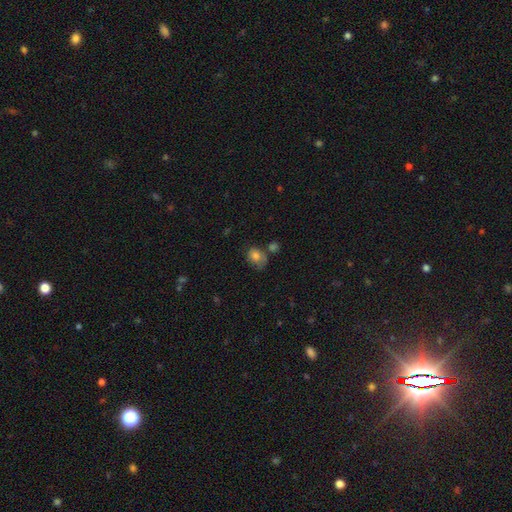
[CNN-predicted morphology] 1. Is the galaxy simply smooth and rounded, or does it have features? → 76% smooth, 15% featured or disk, 10% star or artifact.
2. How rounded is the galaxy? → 64% in between, 34% round, 1% cigar-shaped.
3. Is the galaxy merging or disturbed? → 42% none, 27% minor disturbance, 17% merger, 14% major disturbance.